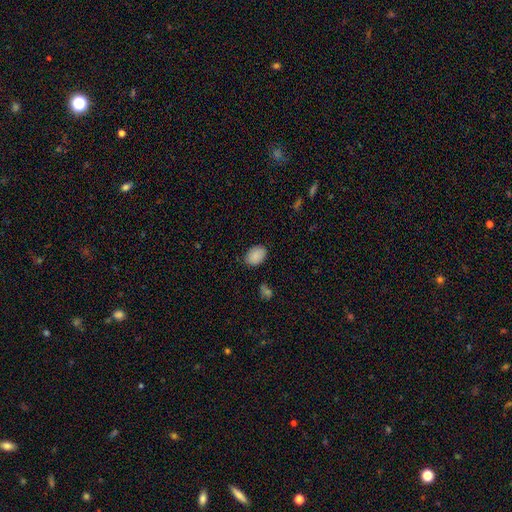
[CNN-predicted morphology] A smooth galaxy with no disk features (88%) that is in between round and cigar-shaped (82%). Merging: none (82%).